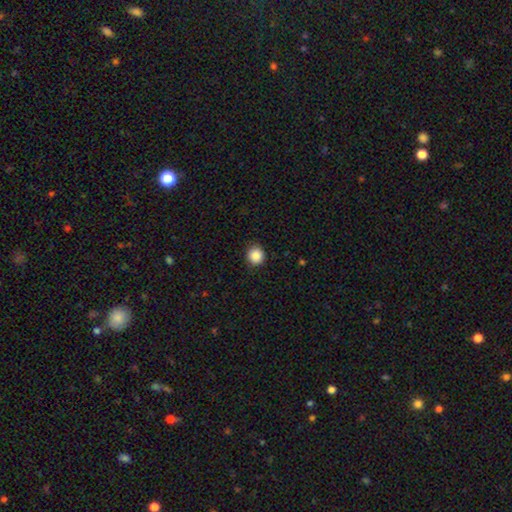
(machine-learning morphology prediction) This is clearly a smooth galaxy (87%). How rounded: clearly round (89%). Merging: clearly none (89%).